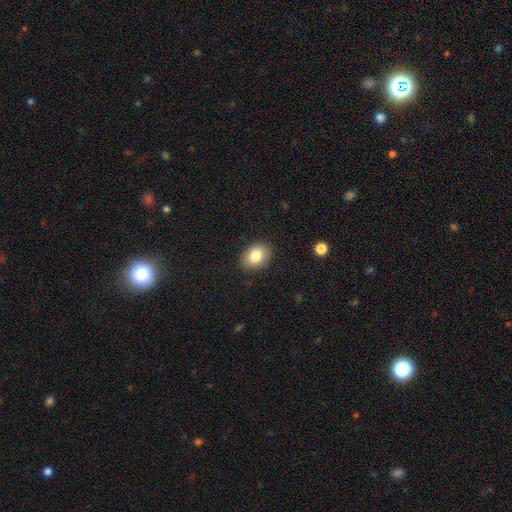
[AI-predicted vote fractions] Smooth or featured: smooth — 83% (featured or disk — 9%)
How rounded: in between — 71% (round — 28%)
Merging: none — 87% (minor disturbance — 10%)